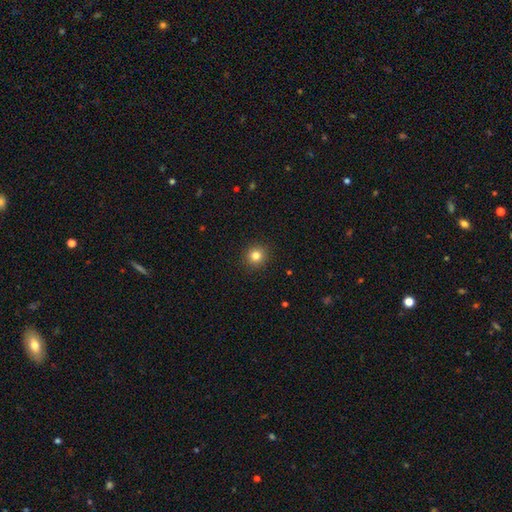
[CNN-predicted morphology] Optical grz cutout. It shows a smooth galaxy with no disk features (82%) that is round (93%). Merging: none (92%).